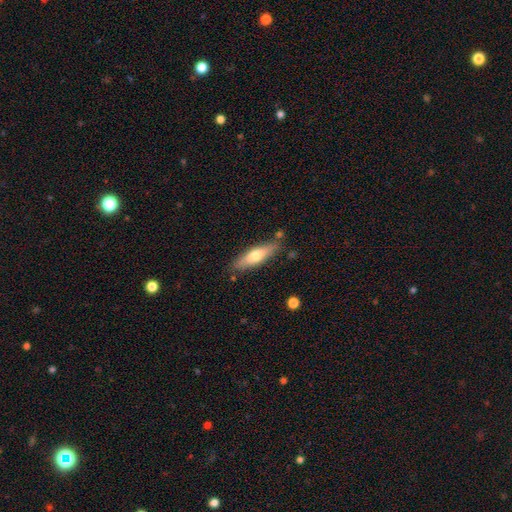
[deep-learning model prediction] A smooth galaxy with no disk features (61%) that is cigar-shaped (59%). Merging: none (79%).